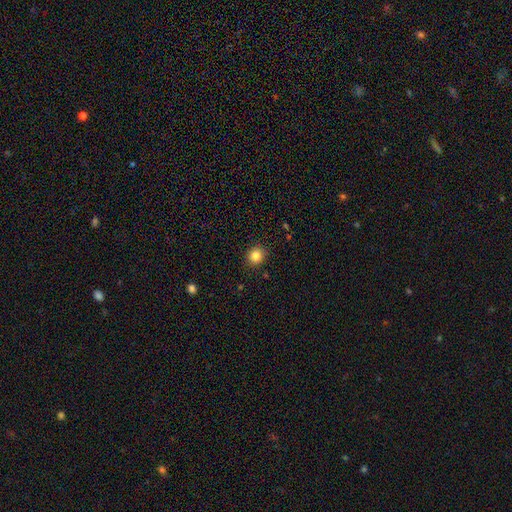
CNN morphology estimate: This is clearly a smooth galaxy (83%). How rounded: clearly round (84%). Merging: clearly none (91%).